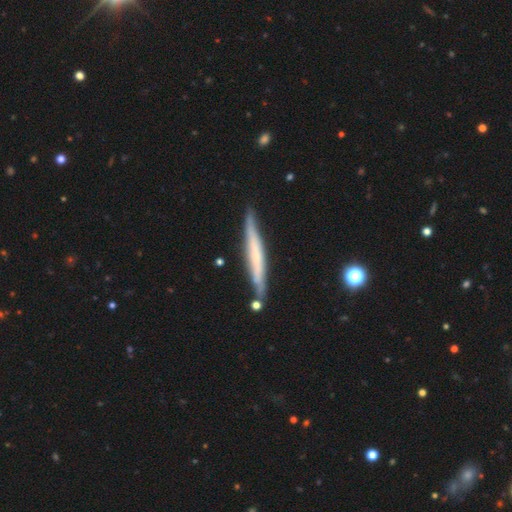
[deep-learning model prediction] smooth_or_featured: featured or disk (p=0.53) [alt: smooth p=0.41]
disk_edge_on: yes (p=0.94) [alt: no p=0.06]
merging: none (p=0.81) [alt: minor disturbance p=0.12]